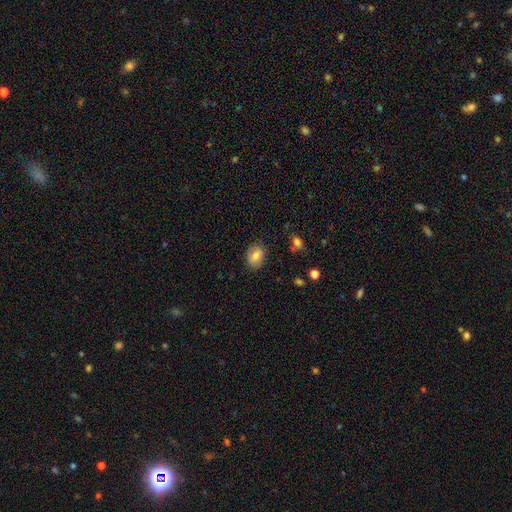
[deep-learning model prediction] Morphology: type=smooth (79%); roundness=in between (70%); merging=none (83%).